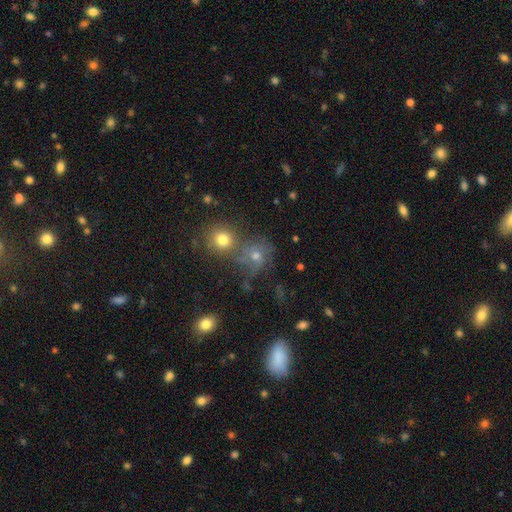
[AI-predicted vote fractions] Q: Smooth or featured?
A: smooth (46%); runner-up: featured or disk (33%)
Q: Merging?
A: none (44%); runner-up: merger (29%)